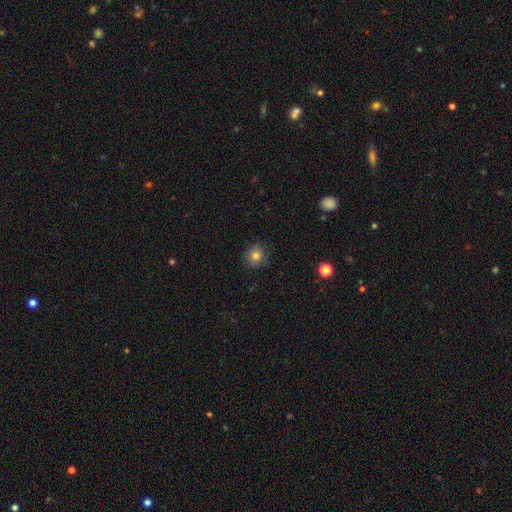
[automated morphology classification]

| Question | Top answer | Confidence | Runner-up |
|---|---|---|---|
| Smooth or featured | smooth | 81% | star or artifact (12%) |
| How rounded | round | 88% | in between (11%) |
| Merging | none | 87% | minor disturbance (9%) |